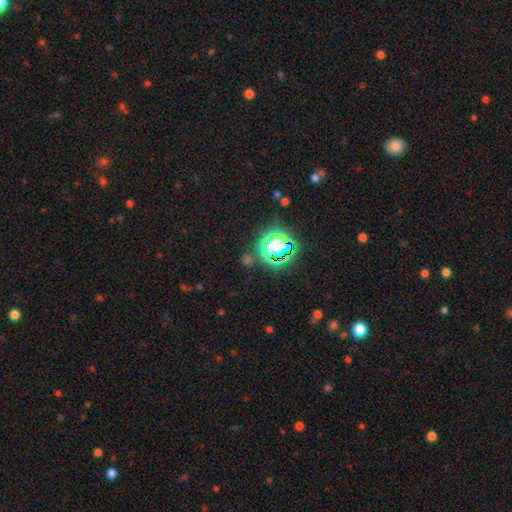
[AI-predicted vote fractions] smooth-or-featured: star or artifact: 76% | smooth: 17% | featured or disk: 7%